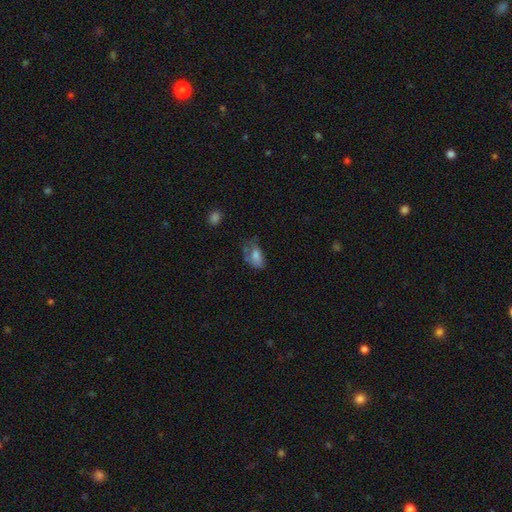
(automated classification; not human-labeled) Overall: smooth (69%). How rounded: in between (88%). Merging: none (35%; minor disturbance 33%).